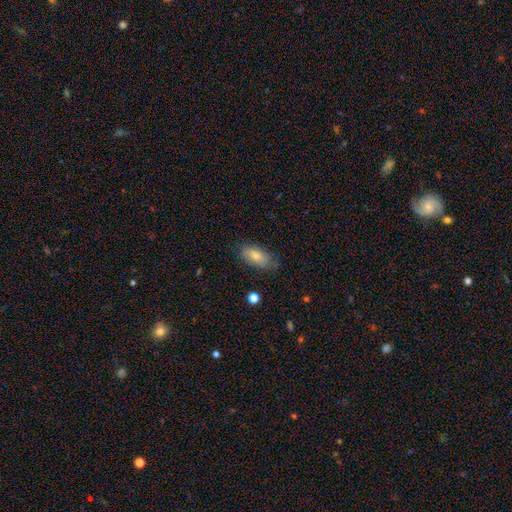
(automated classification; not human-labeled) Overall: smooth (68%). How rounded: in between (85%). Merging: none (74%).